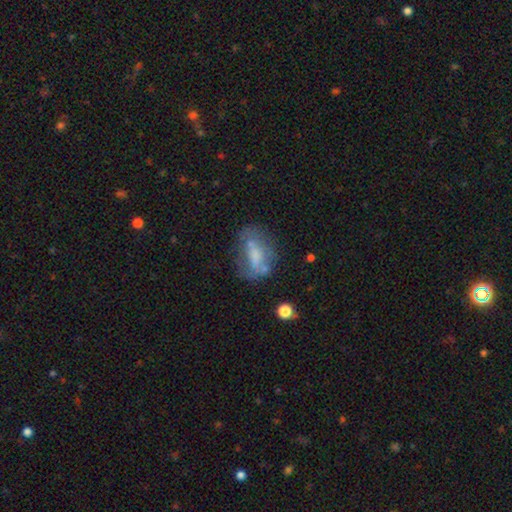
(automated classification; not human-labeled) The model was most divided on "smooth or featured": smooth: 47%, featured or disk: 41%, star or artifact: 12%. Remaining: merging — none (44%).